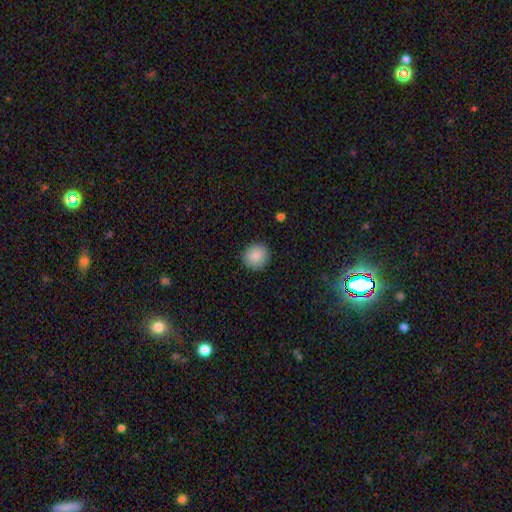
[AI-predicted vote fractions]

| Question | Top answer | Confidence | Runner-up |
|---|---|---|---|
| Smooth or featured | smooth | 87% | star or artifact (8%) |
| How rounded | round | 90% | in between (9%) |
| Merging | none | 90% | minor disturbance (7%) |